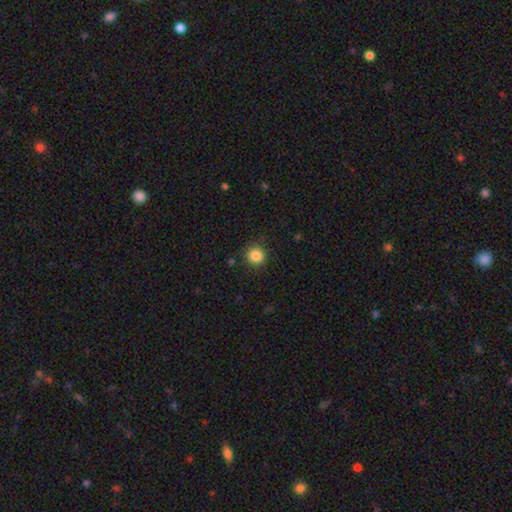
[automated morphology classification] This appears to be a smooth galaxy with no disk features (85%) that is round (94%). Merging: none (89%).